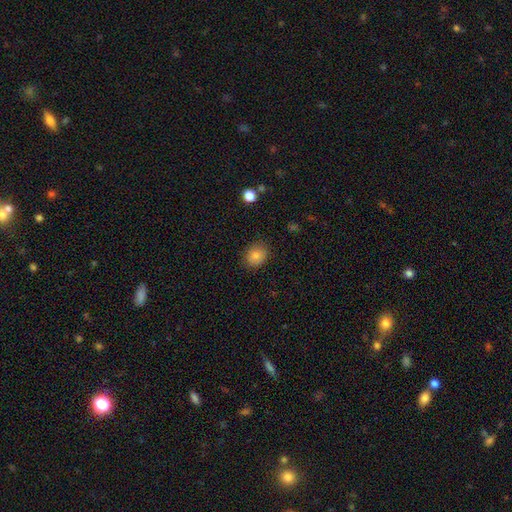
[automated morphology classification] The model was most divided on "how rounded": round: 57%, in between: 42%, cigar-shaped: 1%. More confident: merging — none (85%); smooth or featured — smooth (81%).